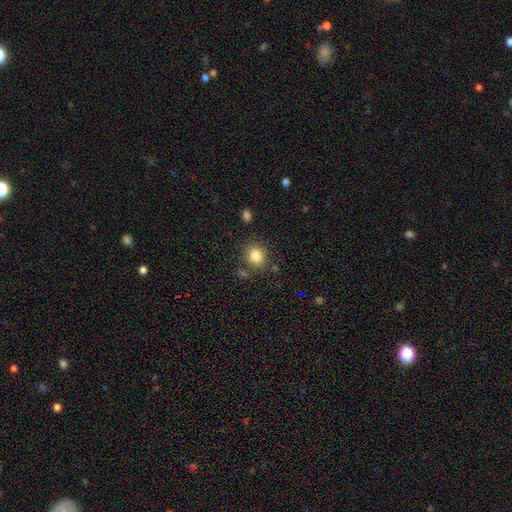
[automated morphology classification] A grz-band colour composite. It shows a smooth galaxy with no disk features (82%) that is round (73%). Merging: none (82%).